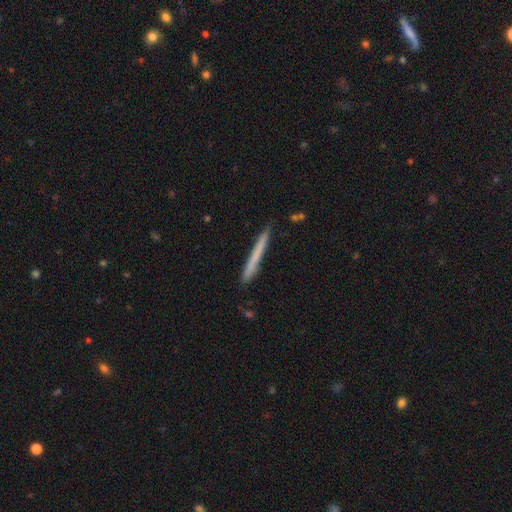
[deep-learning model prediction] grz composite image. It shows a smooth galaxy with no disk features (63%) that is cigar-shaped (97%). Merging: none (89%).